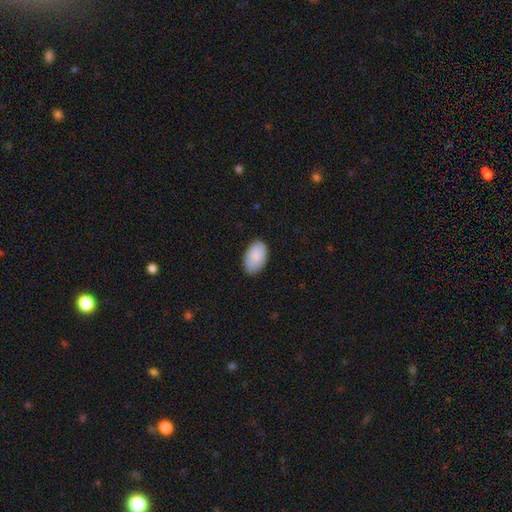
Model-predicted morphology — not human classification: Smooth or featured? Predicted: smooth (p=0.85). How rounded? Predicted: in between (p=0.94). Merging? Predicted: none (p=0.81).